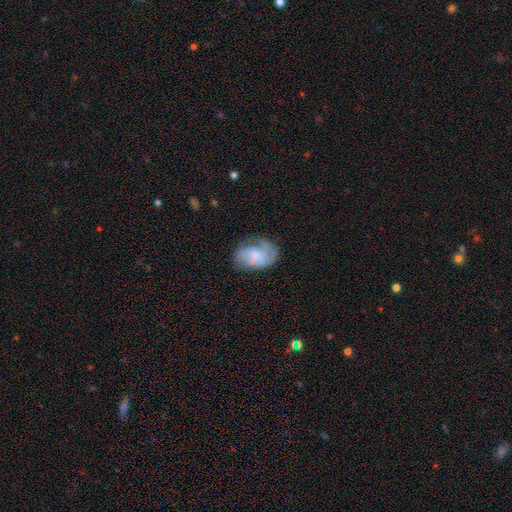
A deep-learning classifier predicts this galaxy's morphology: Q: Smooth or featured?
A: featured or disk (58%); runner-up: smooth (35%)
Q: Edge-on disk?
A: no (98%); runner-up: yes (2%)
Q: Bar?
A: no (68%); runner-up: weak (27%)
Q: Spiral arms?
A: yes (81%); runner-up: no (19%)
Q: Bulge size?
A: small (41%); runner-up: moderate (28%)
Q: Merging?
A: none (51%); runner-up: minor disturbance (26%)